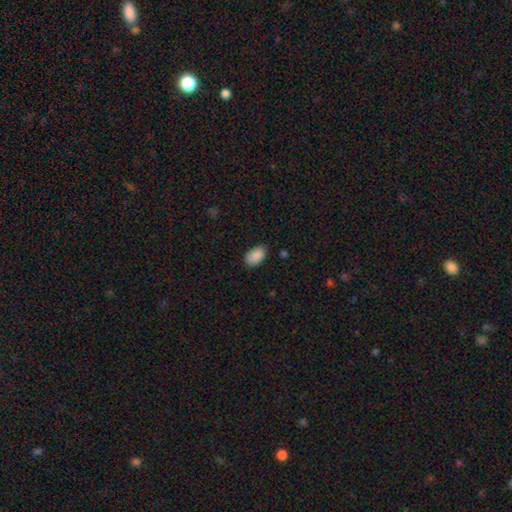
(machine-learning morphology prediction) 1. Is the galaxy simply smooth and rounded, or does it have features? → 90% smooth, 7% star or artifact, 3% featured or disk.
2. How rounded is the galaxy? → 93% in between, 6% round, 1% cigar-shaped.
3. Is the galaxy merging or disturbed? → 84% none, 13% minor disturbance, 3% major disturbance, 1% merger.